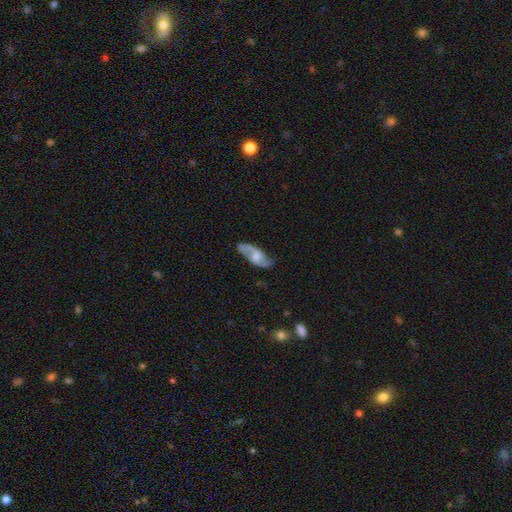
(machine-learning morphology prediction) This is likely a featured or disk galaxy (67%). It is clearly not viewed edge-on (90%). Bar: marginally no (45%). Spiral arm pattern: clearly yes (88%). Spiral arm count: clearly 2 (86%). Spiral winding: possibly loose (52%). Central bulge: marginally moderate (37%). Merging: likely none (67%).